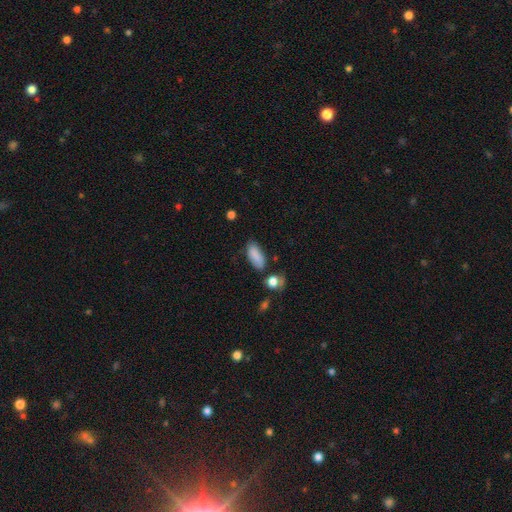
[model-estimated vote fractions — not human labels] smooth_or_featured: smooth (p=0.85) [alt: star or artifact p=0.08]
how_rounded: in between (p=0.87) [alt: cigar-shaped p=0.10]
merging: none (p=0.68) [alt: minor disturbance p=0.20]